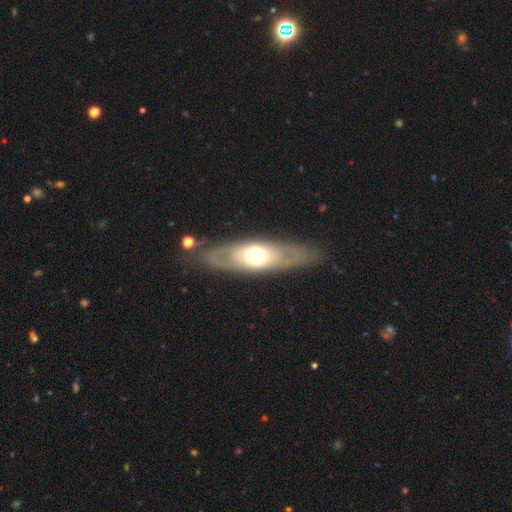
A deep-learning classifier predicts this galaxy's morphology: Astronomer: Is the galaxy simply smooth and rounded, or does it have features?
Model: featured or disk — 56% (runner-up: smooth, 38%).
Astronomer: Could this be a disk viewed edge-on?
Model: no — 65%.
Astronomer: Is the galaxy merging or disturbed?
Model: none — 81%.